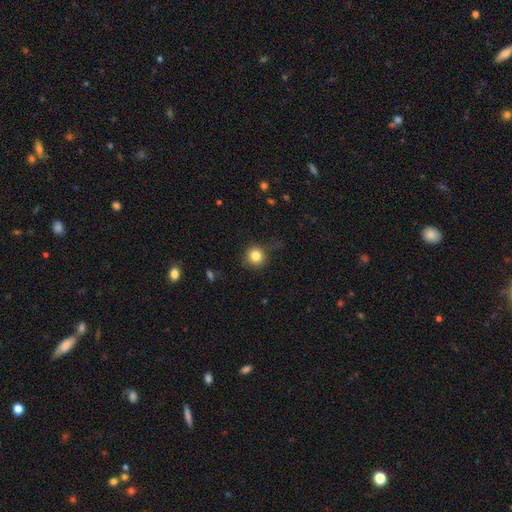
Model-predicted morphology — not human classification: Smooth or featured? Predicted: smooth (p=0.82). How rounded? Predicted: round (p=0.92). Merging? Predicted: none (p=0.81).